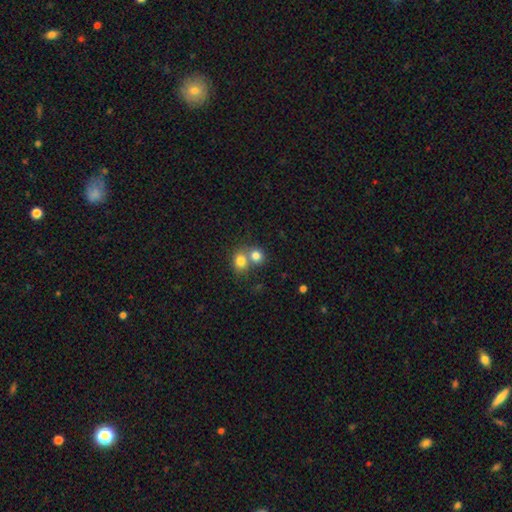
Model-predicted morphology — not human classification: smooth 80%, star or artifact 11%, featured or disk 9%. Down the decision tree: how rounded — round (77%); merging — merger (54%).